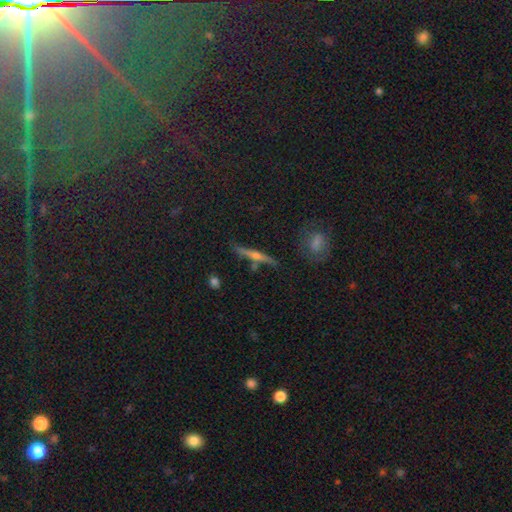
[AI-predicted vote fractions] A featured or disk galaxy (68%) viewed edge-on (95%) with a rounded central bulge (86%).

Vote fractions:
- Smooth or featured? featured or disk: 68% / smooth: 23% / star or artifact: 9%
- Edge-on disk? yes: 95% / no: 5%
- Edge-on bulge? rounded: 86% / none: 9% / boxy: 5%
- Merging? none: 79% / minor disturbance: 12% / merger: 6% / major disturbance: 4%